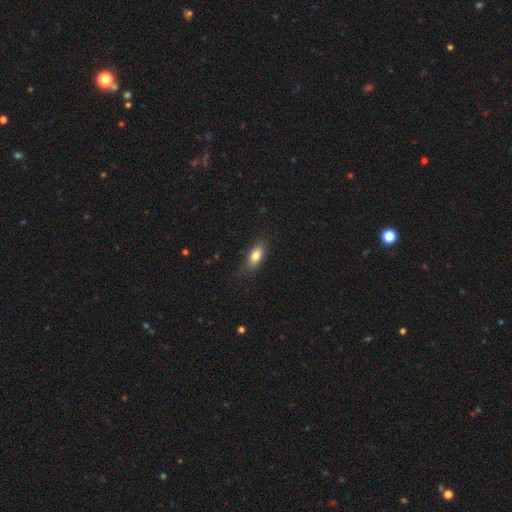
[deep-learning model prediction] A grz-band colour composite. It shows a smooth galaxy with no disk features (79%) that is in between round and cigar-shaped (79%). Merging: none (77%).